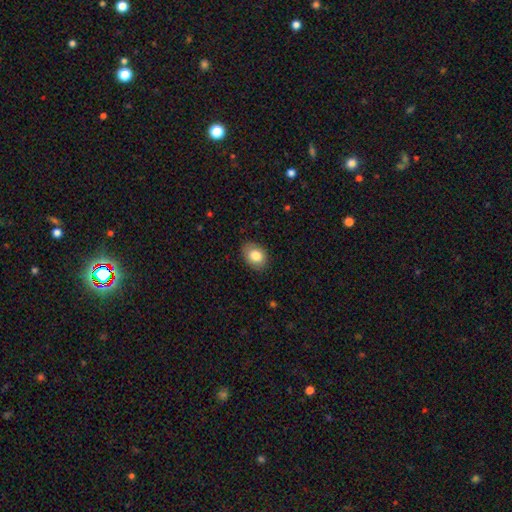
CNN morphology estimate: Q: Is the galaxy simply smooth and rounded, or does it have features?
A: smooth — 82%.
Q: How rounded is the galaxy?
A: in between — 75%.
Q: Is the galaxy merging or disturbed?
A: none — 84%.